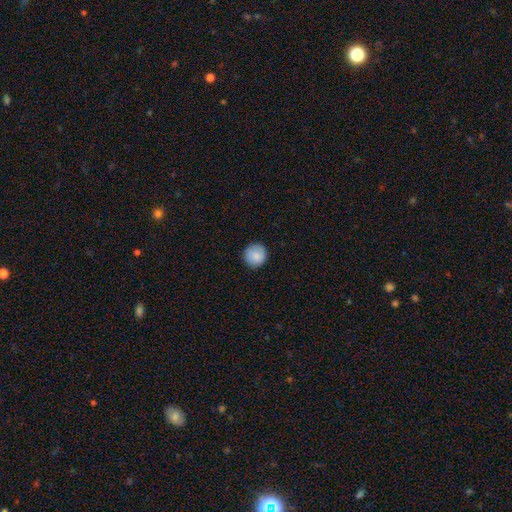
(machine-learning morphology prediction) Smooth or featured? Predicted: smooth (p=0.85). How rounded? Predicted: round (p=0.95). Merging? Predicted: none (p=0.90).